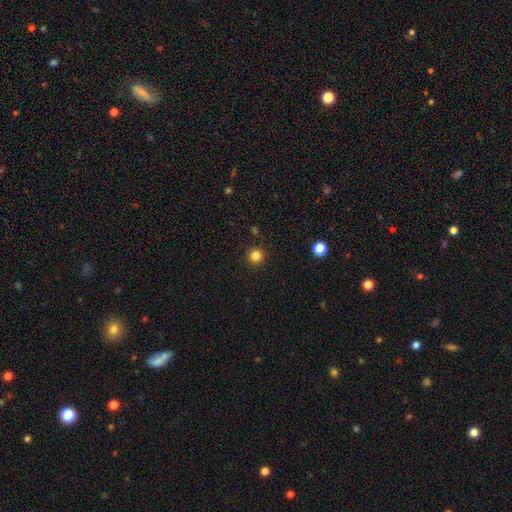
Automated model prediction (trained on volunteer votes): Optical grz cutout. It shows a smooth galaxy with no disk features (84%) that is round (95%). Merging: none (92%).